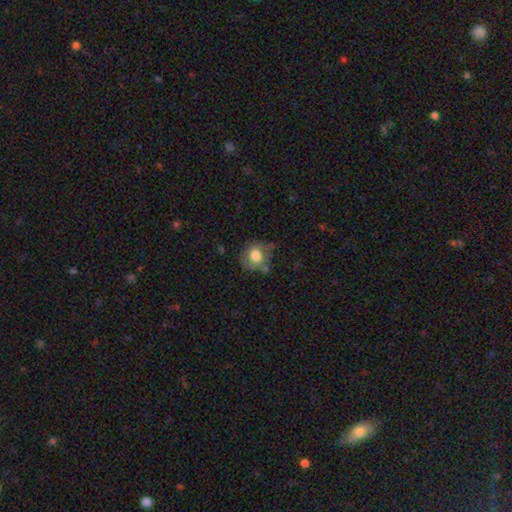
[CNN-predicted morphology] smooth_or_featured: smooth (p=0.70) [alt: featured or disk p=0.22]
how_rounded: round (p=0.71) [alt: in between p=0.28]
merging: none (p=0.52) [alt: minor disturbance p=0.29]